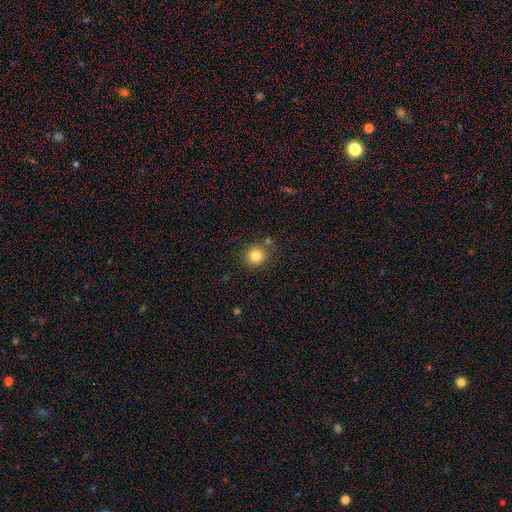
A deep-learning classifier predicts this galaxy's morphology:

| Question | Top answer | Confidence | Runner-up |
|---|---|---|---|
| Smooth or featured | smooth | 83% | star or artifact (11%) |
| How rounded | round | 88% | in between (12%) |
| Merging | none | 81% | minor disturbance (10%) |